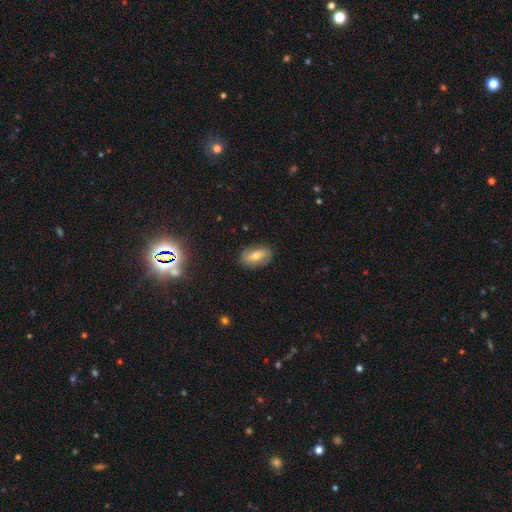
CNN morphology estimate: Smooth or featured? Predicted: smooth (p=0.54). How rounded? Predicted: in between (p=0.88). Merging? Predicted: none (p=0.82).